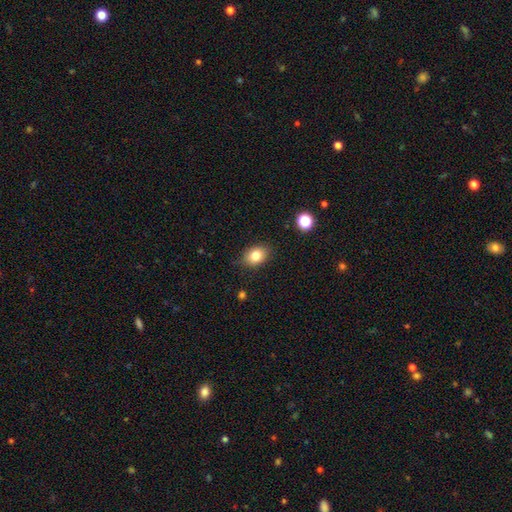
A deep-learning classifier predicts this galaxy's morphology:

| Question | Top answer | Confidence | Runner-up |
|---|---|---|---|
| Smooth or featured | smooth | 82% | star or artifact (10%) |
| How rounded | in between | 71% | round (28%) |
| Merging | none | 83% | minor disturbance (13%) |